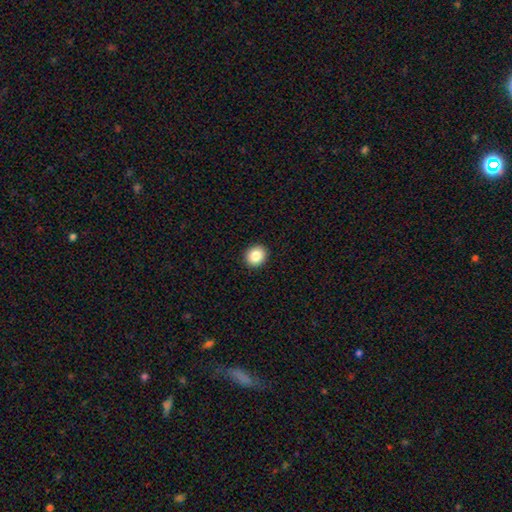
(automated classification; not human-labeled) This is clearly a smooth galaxy (86%). How rounded: likely round (79%). Merging: clearly none (92%).